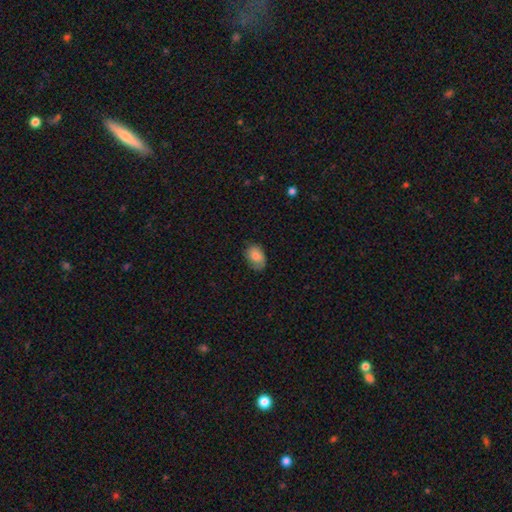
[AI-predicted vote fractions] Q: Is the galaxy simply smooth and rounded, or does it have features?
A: smooth — 76%.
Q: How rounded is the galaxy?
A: in between — 77%.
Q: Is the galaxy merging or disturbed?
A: none — 66%.